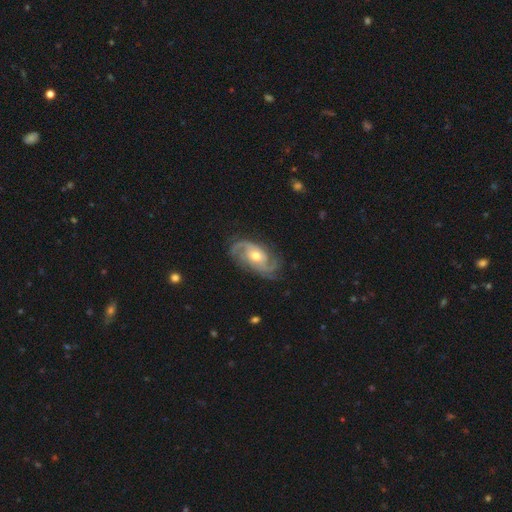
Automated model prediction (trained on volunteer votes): Smooth or featured?
  - featured or disk: 88% *
  - smooth: 7%
  - star or artifact: 4%
Edge-on disk?
  - no: 96% *
  - yes: 4%
Bar?
  - no: 69% *
  - weak: 25%
  - strong: 6%
Spiral arms?
  - yes: 97% *
  - no: 3%
Spiral winding?
  - medium: 43% *
  - tight: 41%
  - loose: 16%
Spiral arm count?
  - 2: 43% *
  - 3: 27%
  - can't tell: 14%
  - 4: 6%
  - 1: 5%
  - more than 4: 5%
Bulge size?
  - moderate: 73% *
  - small: 19%
  - large: 6%
  - none: 1%
  - dominant: 1%
Merging?
  - none: 75% *
  - minor disturbance: 17%
  - major disturbance: 7%
  - merger: 1%